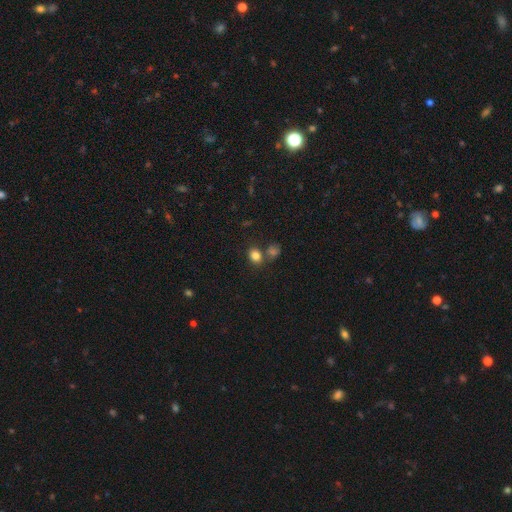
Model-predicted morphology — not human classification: Overall: smooth (81%). How rounded: in between (50%; round 49%). Merging: none (65%).